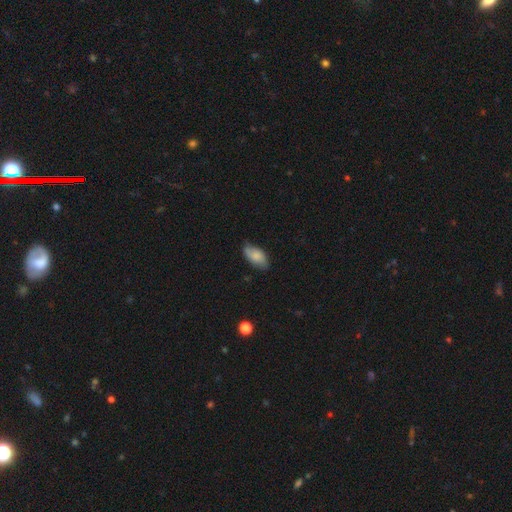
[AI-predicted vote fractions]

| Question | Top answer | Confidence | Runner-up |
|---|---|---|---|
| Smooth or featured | smooth | 79% | featured or disk (14%) |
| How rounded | in between | 93% | cigar-shaped (4%) |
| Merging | none | 70% | minor disturbance (24%) |